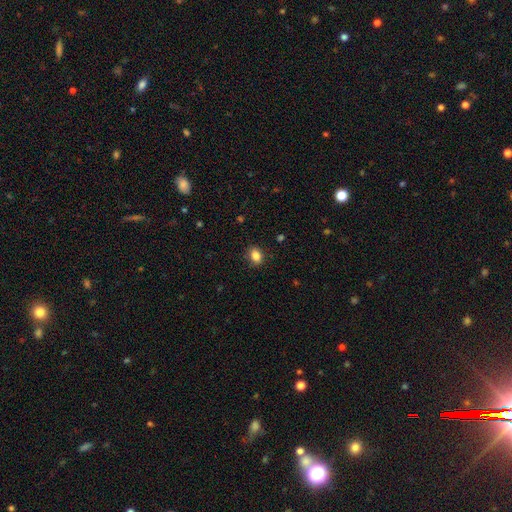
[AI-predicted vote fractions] A smooth galaxy with no disk features (84%) that is in between round and cigar-shaped (62%). Merging: none (87%).